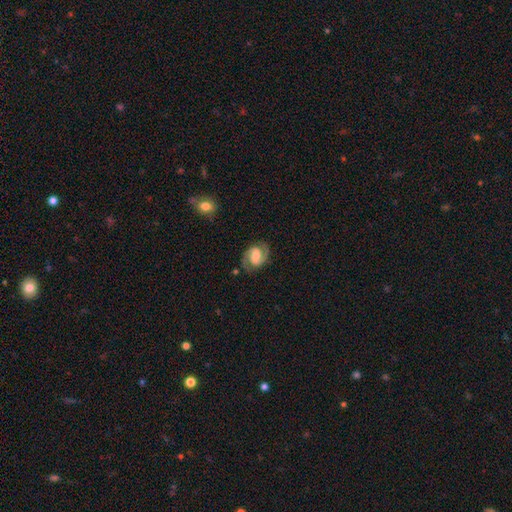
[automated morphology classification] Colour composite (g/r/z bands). It shows a featured or disk galaxy (84%) with a weak bar (48%), 2 (93%) medium (53%) spiral arms (97%) and a moderate central bulge (56%). Merging: none (83%).